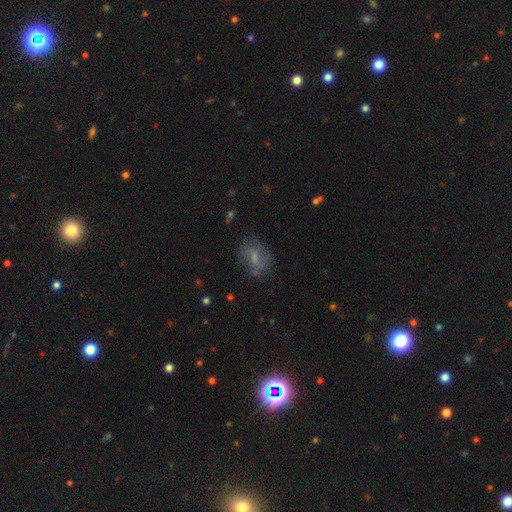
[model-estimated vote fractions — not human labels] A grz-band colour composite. It shows a smooth galaxy with no disk features (44%). Merging: none (70%).